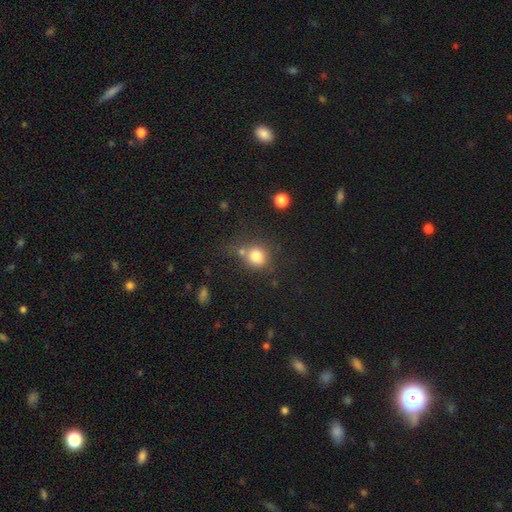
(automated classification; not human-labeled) smooth_or_featured: smooth (p=0.78) [alt: star or artifact p=0.12]
how_rounded: round (p=0.75) [alt: in between p=0.24]
merging: none (p=0.50) [alt: merger p=0.25]